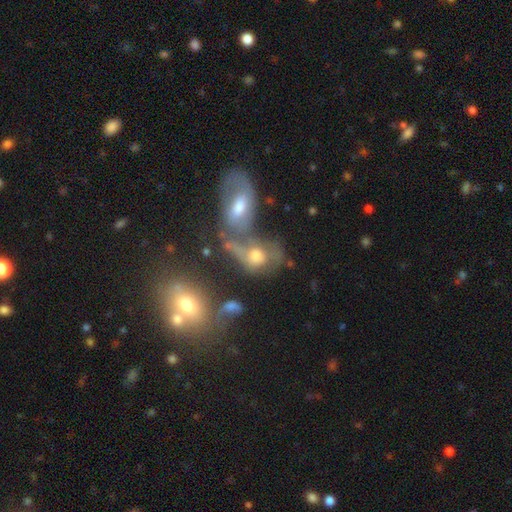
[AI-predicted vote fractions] Smooth or featured? Predicted: smooth (p=0.50). Merging? Predicted: merger (p=0.54).